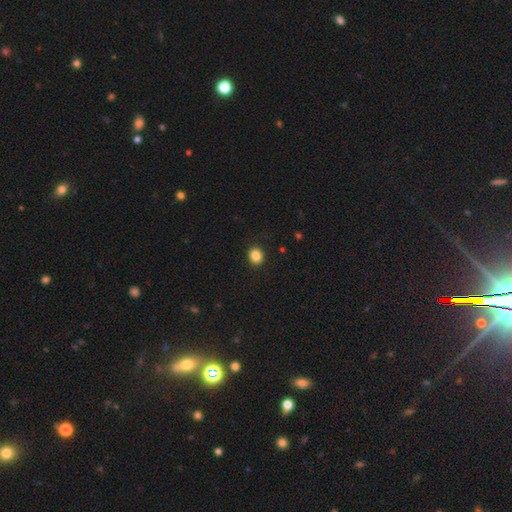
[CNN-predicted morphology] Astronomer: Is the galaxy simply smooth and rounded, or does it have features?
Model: smooth — 86%.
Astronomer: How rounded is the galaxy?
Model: round — 73%.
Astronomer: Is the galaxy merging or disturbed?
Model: none — 91%.